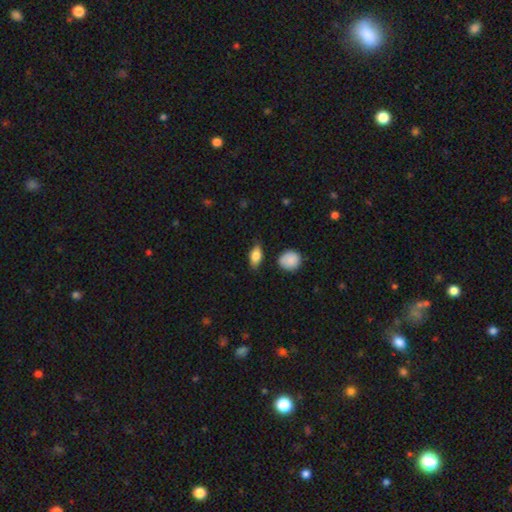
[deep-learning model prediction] Smooth or featured? smooth (76%)
How rounded? in between (81%)
Merging? none (77%)